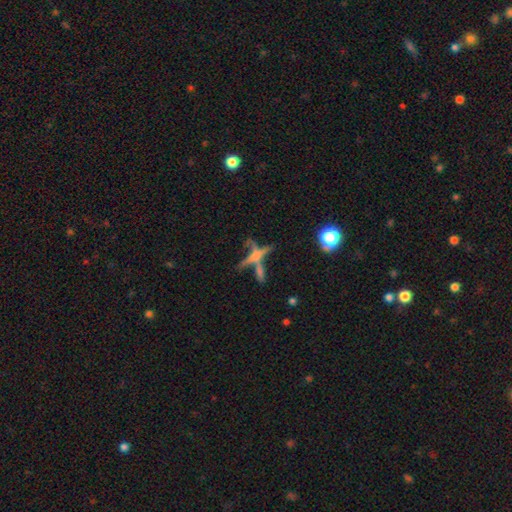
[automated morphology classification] This appears to be a featured or disk galaxy (54%) viewed edge-on (79%). Merging: none (46%).